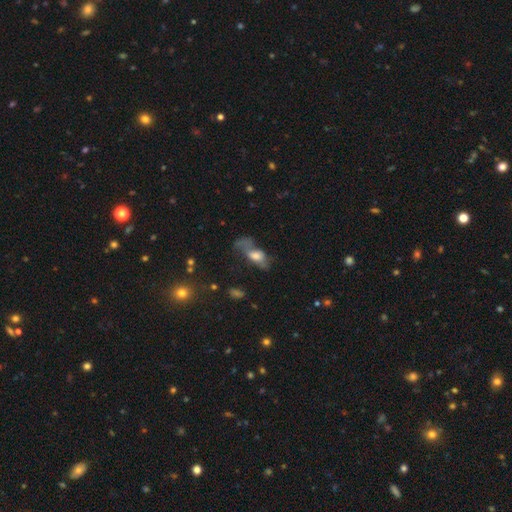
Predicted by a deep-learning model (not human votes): Q: Smooth or featured?
A: smooth (51%); runner-up: featured or disk (38%)
Q: How rounded?
A: in between (76%); runner-up: cigar-shaped (15%)
Q: Merging?
A: major disturbance (45%); runner-up: none (26%)